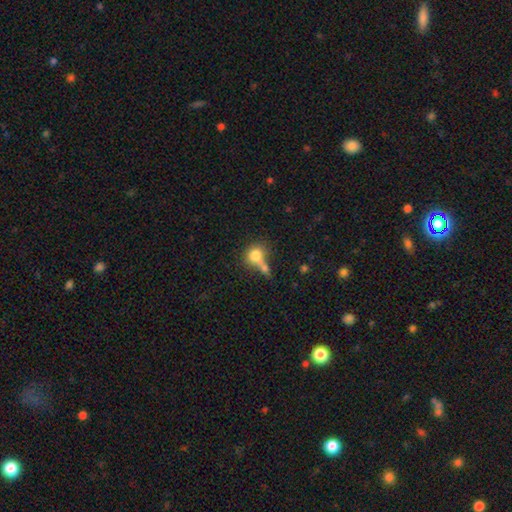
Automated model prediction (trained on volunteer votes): This is likely a smooth galaxy (76%). How rounded: likely round (67%). Merging: marginally merger (42%).